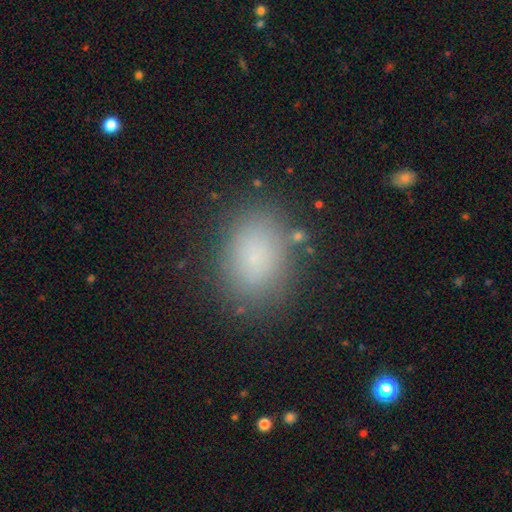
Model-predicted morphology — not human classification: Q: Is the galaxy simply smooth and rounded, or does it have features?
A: smooth — 80%.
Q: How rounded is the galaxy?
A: in between — 77%.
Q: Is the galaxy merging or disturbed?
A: none — 83%.